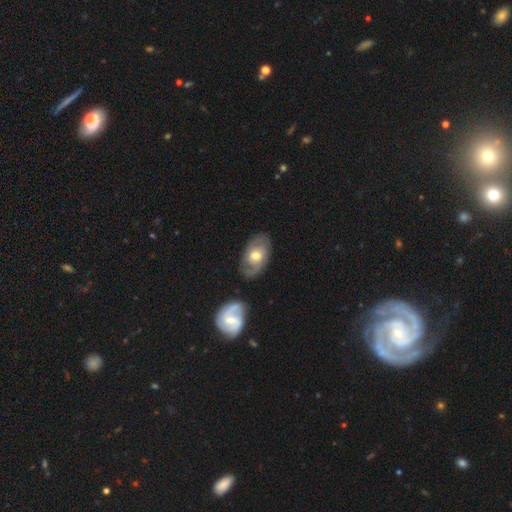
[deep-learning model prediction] This is possibly a featured or disk galaxy (60%). It is clearly not viewed edge-on (93%). Bar: likely no (66%). Spiral arm pattern: likely yes (75%). Central bulge: likely moderate (72%). Merging: likely none (71%).